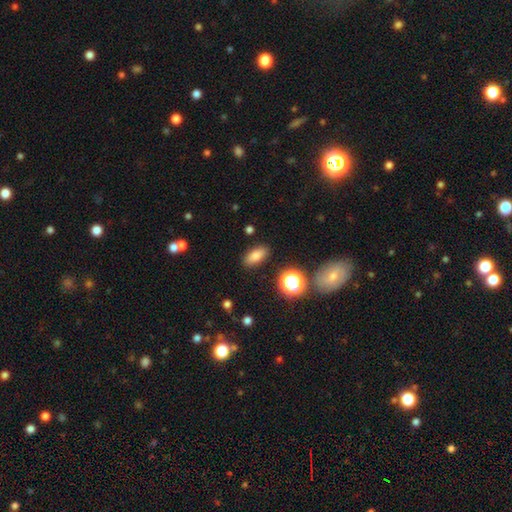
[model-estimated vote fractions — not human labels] Q: Smooth or featured?
A: smooth (79%); runner-up: star or artifact (13%)
Q: How rounded?
A: in between (81%); runner-up: cigar-shaped (12%)
Q: Merging?
A: none (87%); runner-up: minor disturbance (8%)